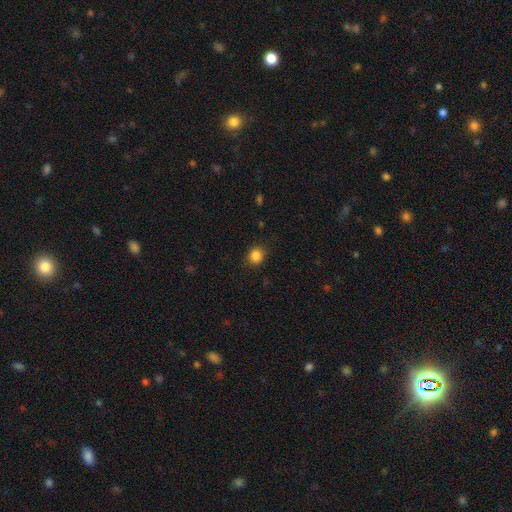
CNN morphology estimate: smooth-or-featured: smooth: 85% | star or artifact: 11% | featured or disk: 3%
  how-rounded: round: 82% | in between: 17% | cigar-shaped: 1%
  merging: none: 86% | minor disturbance: 10% | major disturbance: 3% | merger: 1%